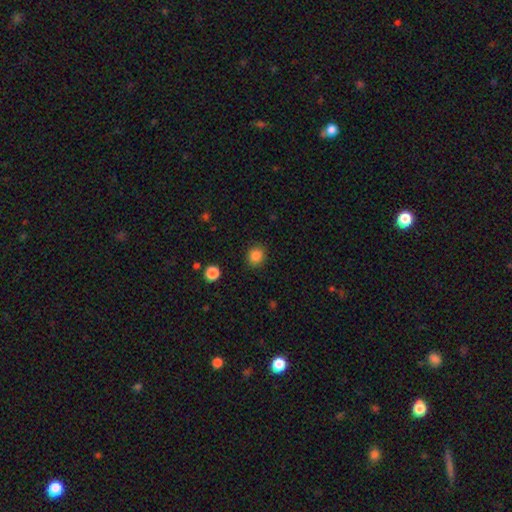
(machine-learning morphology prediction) Smooth or featured? smooth (86%)
How rounded? round (79%)
Merging? none (89%)